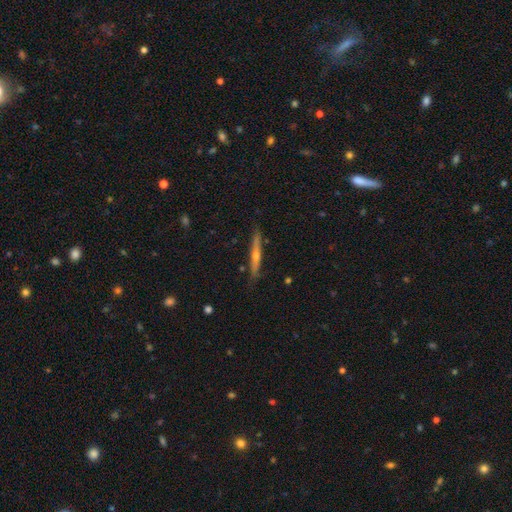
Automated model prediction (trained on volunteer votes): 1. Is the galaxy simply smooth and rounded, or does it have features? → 69% featured or disk, 25% smooth, 6% star or artifact.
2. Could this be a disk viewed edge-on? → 97% yes, 3% no.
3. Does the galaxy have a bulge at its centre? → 82% rounded, 15% none, 3% boxy.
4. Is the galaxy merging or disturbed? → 87% none, 10% minor disturbance, 2% major disturbance, 1% merger.